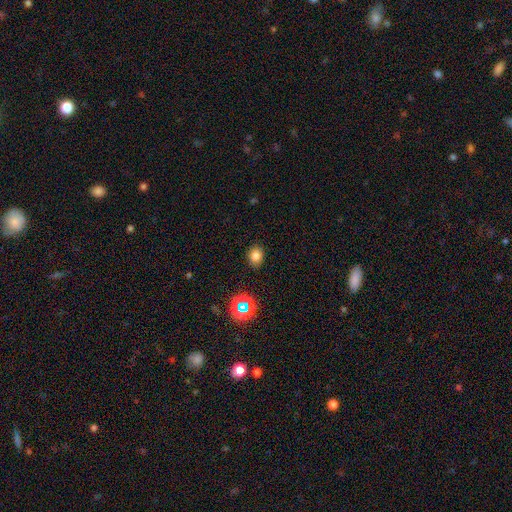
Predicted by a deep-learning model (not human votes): Morphology: type=smooth (77%); roundness=round (55%); merging=none (87%).